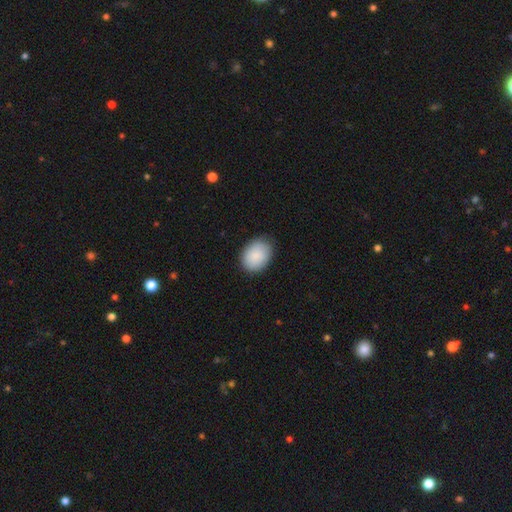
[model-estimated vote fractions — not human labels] Smooth or featured: smooth — 90% (star or artifact — 6%)
How rounded: in between — 66% (round — 33%)
Merging: none — 85% (minor disturbance — 12%)